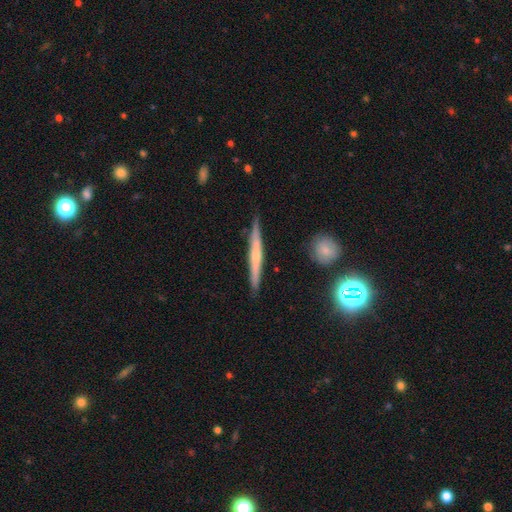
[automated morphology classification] Smooth or featured? Predicted: featured or disk (p=0.59). Edge-on disk? Predicted: yes (p=0.96). Edge-on bulge? Predicted: rounded (p=0.52). Merging? Predicted: none (p=0.87).